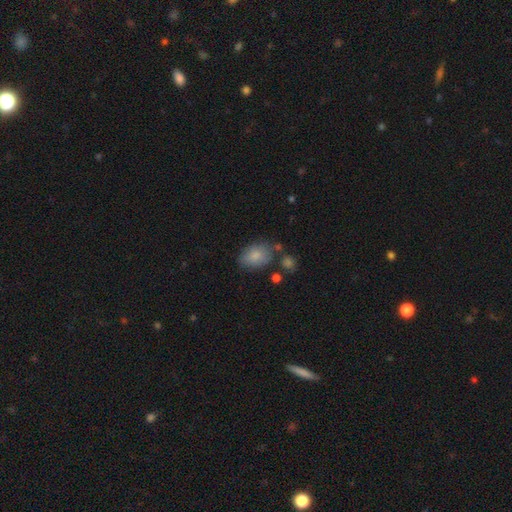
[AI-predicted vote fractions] Morphology: type=smooth (82%); roundness=in between (83%); merging=none (65%).